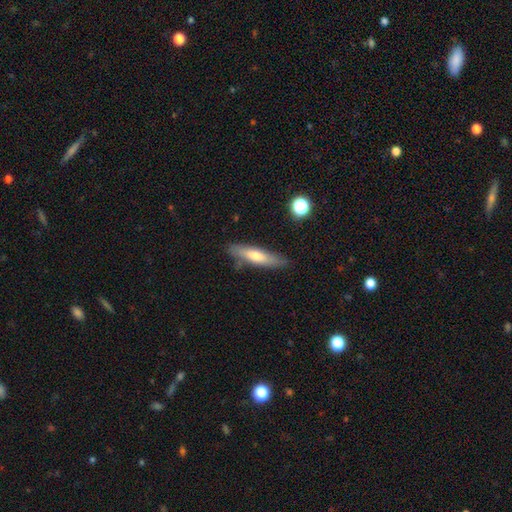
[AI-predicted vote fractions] Smooth or featured: smooth — 60% (featured or disk — 33%)
How rounded: cigar-shaped — 78% (in between — 20%)
Merging: none — 81% (minor disturbance — 14%)